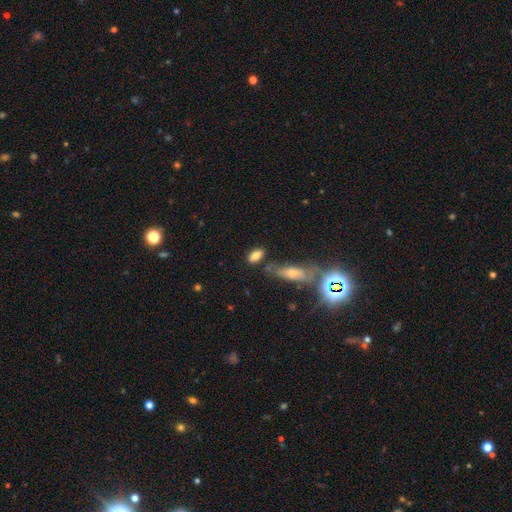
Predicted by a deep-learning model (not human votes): smooth-or-featured: smooth: 78% | featured or disk: 12% | star or artifact: 10%
  how-rounded: in between: 85% | cigar-shaped: 10% | round: 6%
  merging: none: 68% | minor disturbance: 16% | merger: 10% | major disturbance: 5%